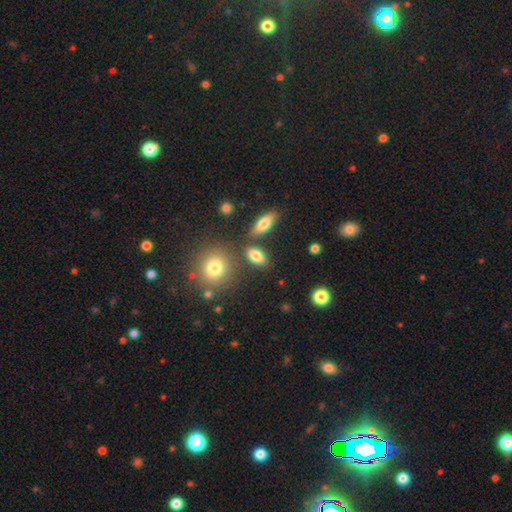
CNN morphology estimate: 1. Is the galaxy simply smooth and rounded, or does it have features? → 80% smooth, 10% star or artifact, 10% featured or disk.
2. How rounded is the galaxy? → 80% in between, 12% round, 8% cigar-shaped.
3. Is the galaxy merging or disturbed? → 75% none, 11% minor disturbance, 9% merger, 4% major disturbance.